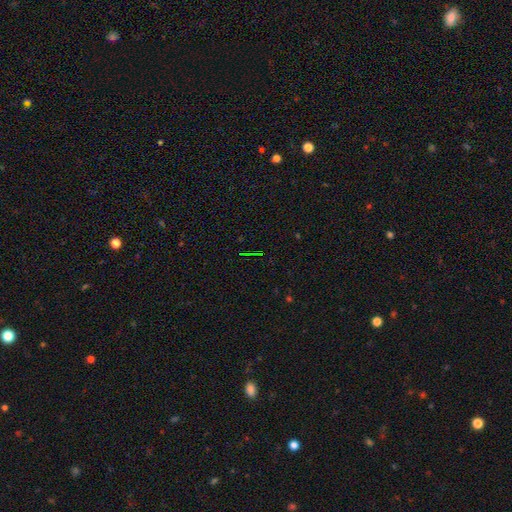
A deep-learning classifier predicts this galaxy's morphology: A star or artifact, not a galaxy (75%).

Vote fractions:
- Smooth or featured? star or artifact: 75% / smooth: 13% / featured or disk: 12%